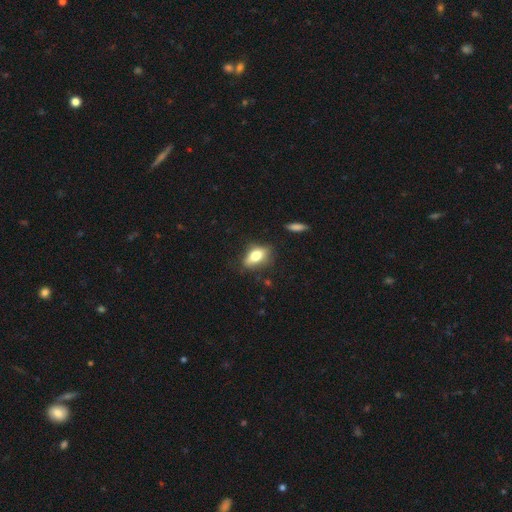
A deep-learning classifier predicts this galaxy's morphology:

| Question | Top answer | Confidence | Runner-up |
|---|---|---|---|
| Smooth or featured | smooth | 71% | featured or disk (20%) |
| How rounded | in between | 83% | round (10%) |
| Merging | none | 70% | minor disturbance (21%) |